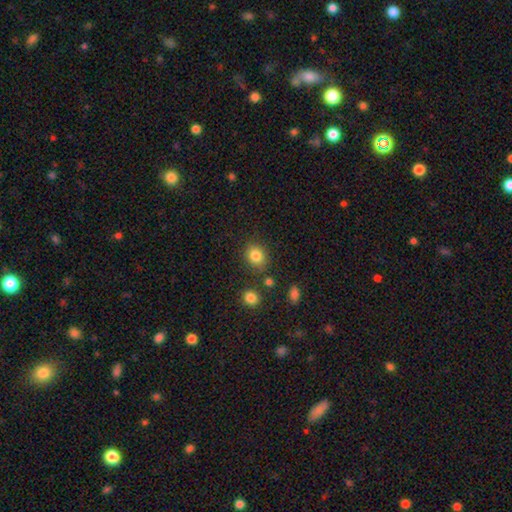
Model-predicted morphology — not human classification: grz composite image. It shows a smooth galaxy with no disk features (83%) that is round (60%). Merging: none (80%).